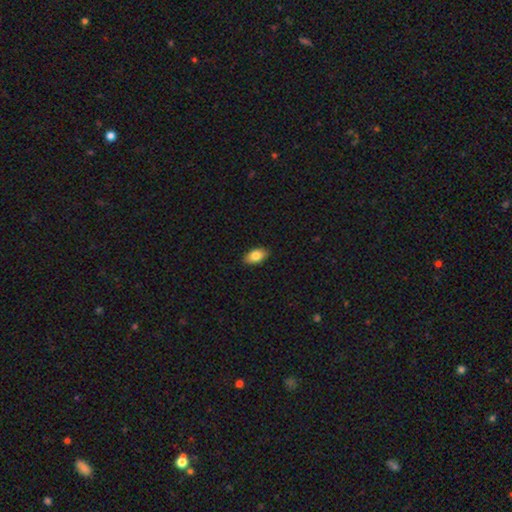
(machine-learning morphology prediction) Q: Smooth or featured?
A: smooth (83%); runner-up: featured or disk (10%)
Q: How rounded?
A: in between (93%); runner-up: round (4%)
Q: Merging?
A: none (89%); runner-up: minor disturbance (8%)